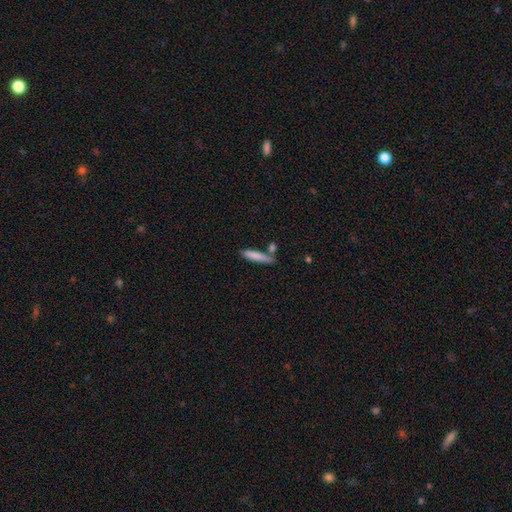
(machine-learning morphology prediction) type=smooth (81%); roundness=cigar-shaped (85%); merging=none (71%).